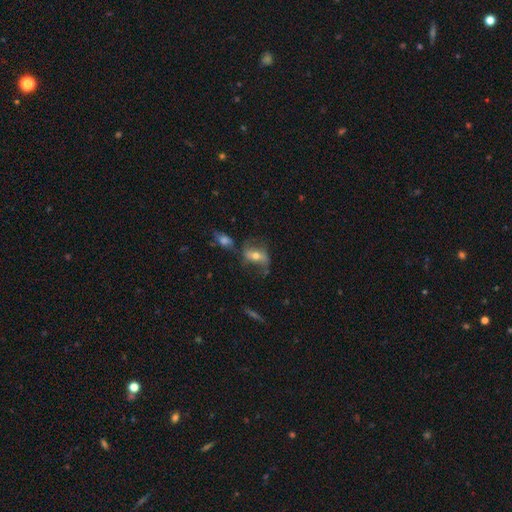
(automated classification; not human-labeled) featured or disk 57%, smooth 33%, star or artifact 11%. Down the decision tree: edge-on disk — no (88%); merging — none (52%).